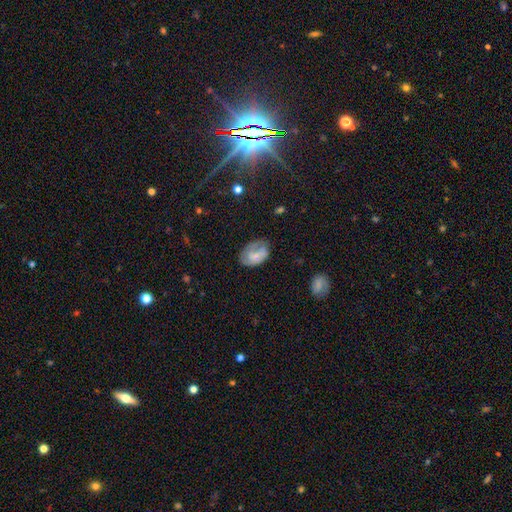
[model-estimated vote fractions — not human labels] Smooth or featured?
  - smooth: 51% *
  - featured or disk: 41%
  - star or artifact: 8%
How rounded?
  - in between: 85% *
  - round: 14%
  - cigar-shaped: 1%
Merging?
  - none: 48% *
  - minor disturbance: 32%
  - major disturbance: 17%
  - merger: 4%